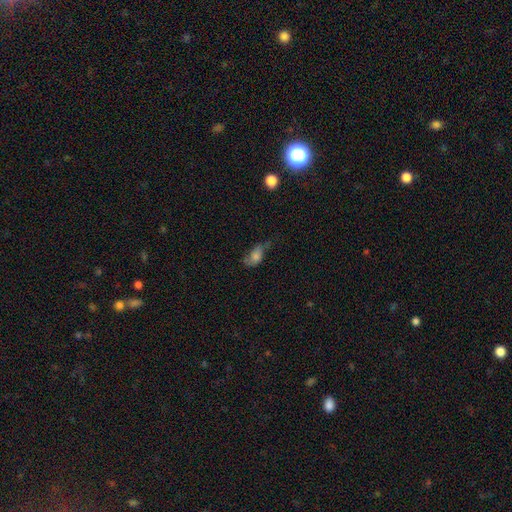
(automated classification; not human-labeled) Morphology: type=smooth (55%); roundness=in between (83%); merging=none (37%).